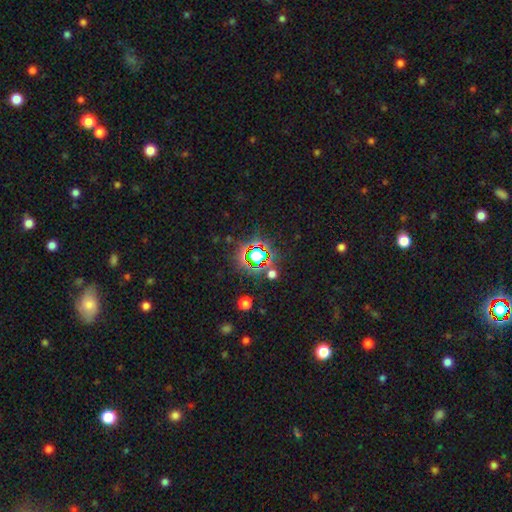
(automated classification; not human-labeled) Smooth or featured? Predicted: star or artifact (p=0.71).